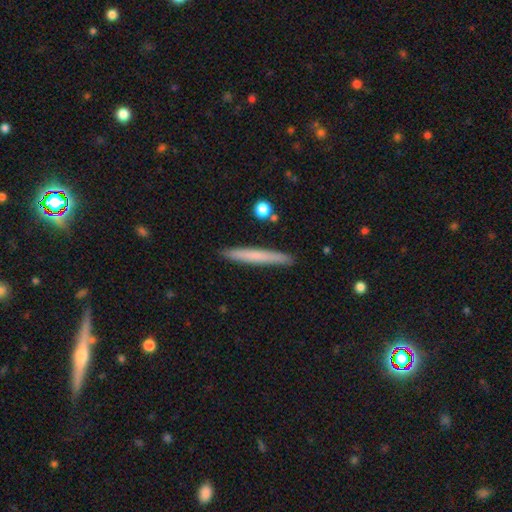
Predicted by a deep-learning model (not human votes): Smooth or featured? Predicted: smooth (p=0.67). How rounded? Predicted: cigar-shaped (p=0.96). Merging? Predicted: none (p=0.91).